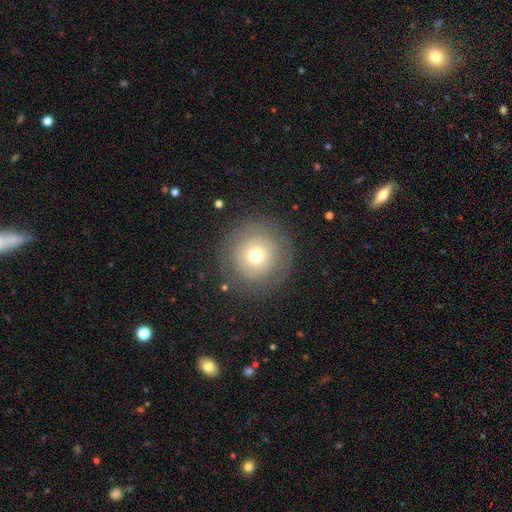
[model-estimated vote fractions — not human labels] smooth-or-featured: smooth: 67% | featured or disk: 21% | star or artifact: 12%
  how-rounded: round: 95% | in between: 4% | cigar-shaped: 1%
  merging: none: 84% | minor disturbance: 9% | major disturbance: 5% | merger: 1%